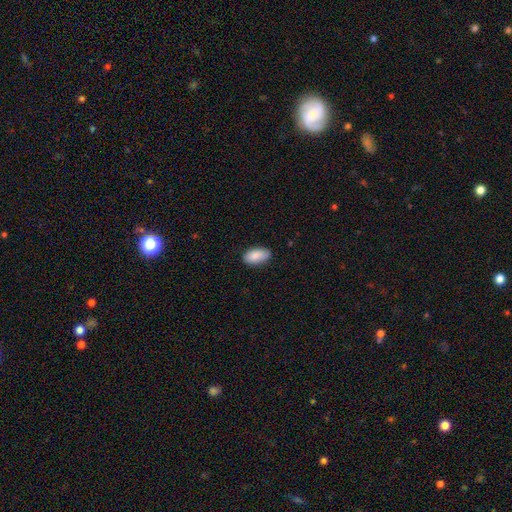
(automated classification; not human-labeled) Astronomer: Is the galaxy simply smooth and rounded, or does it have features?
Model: smooth — 87%.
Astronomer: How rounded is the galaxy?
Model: in between — 94%.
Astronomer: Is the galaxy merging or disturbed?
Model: none — 84%.